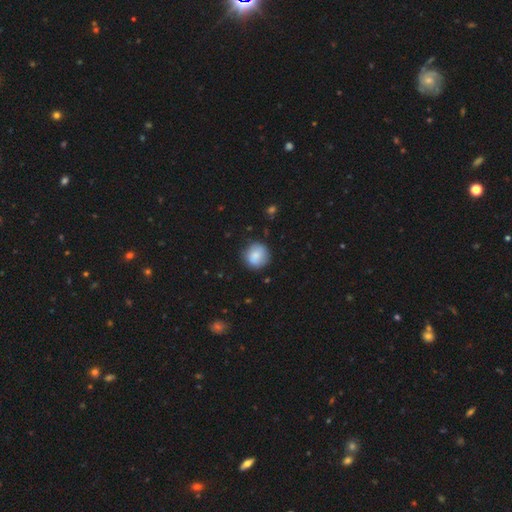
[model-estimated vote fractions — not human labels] This appears to be a smooth galaxy with no disk features (84%) that is round (90%). Merging: none (83%).